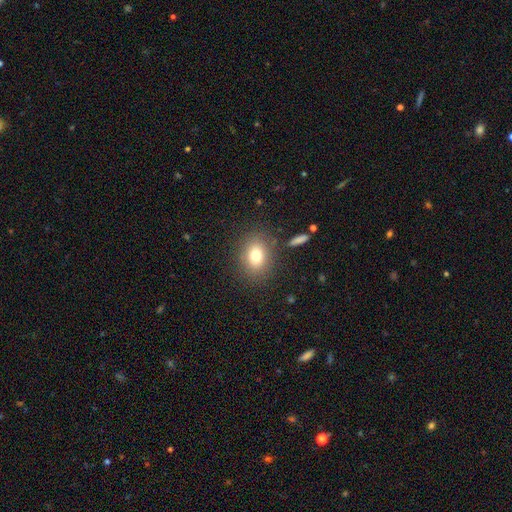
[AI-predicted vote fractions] A smooth galaxy with no disk features (77%) that is in between round and cigar-shaped (56%). Merging: none (82%).